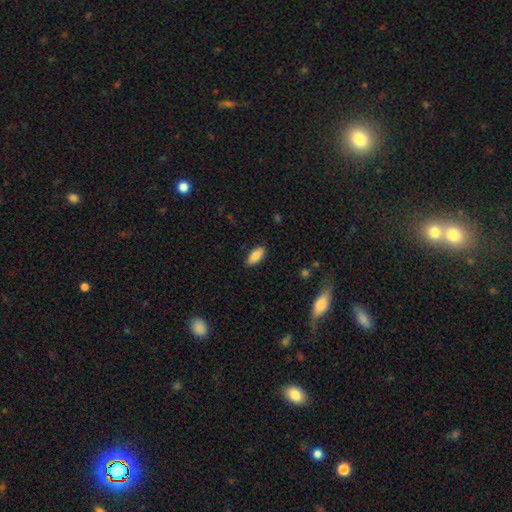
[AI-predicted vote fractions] Overall: smooth (87%). How rounded: in between (85%). Merging: none (85%).